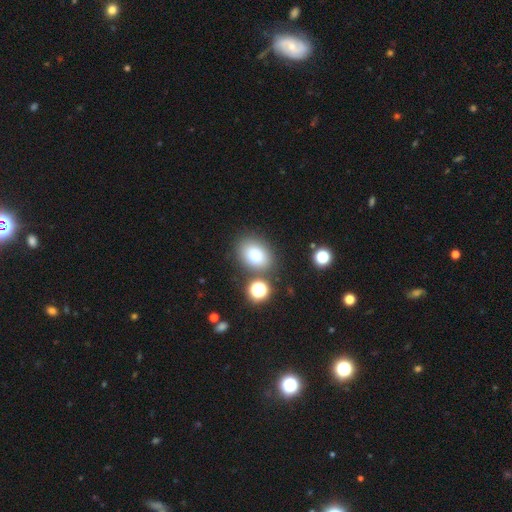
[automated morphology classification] Q: Smooth or featured?
A: smooth (75%); runner-up: star or artifact (13%)
Q: How rounded?
A: in between (59%); runner-up: round (40%)
Q: Merging?
A: none (79%); runner-up: minor disturbance (10%)